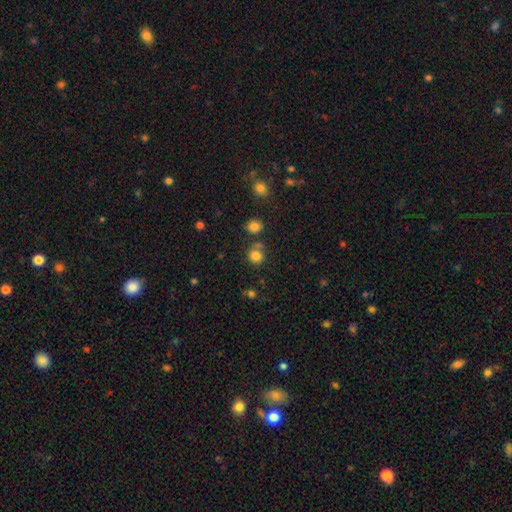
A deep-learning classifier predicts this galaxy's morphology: A smooth galaxy with no disk features (81%) that is round (86%).

Vote fractions:
- Smooth or featured? smooth: 81% / star or artifact: 13% / featured or disk: 6%
- How rounded? round: 86% / in between: 13% / cigar-shaped: 1%
- Merging? none: 71% / merger: 15% / minor disturbance: 10% / major disturbance: 4%